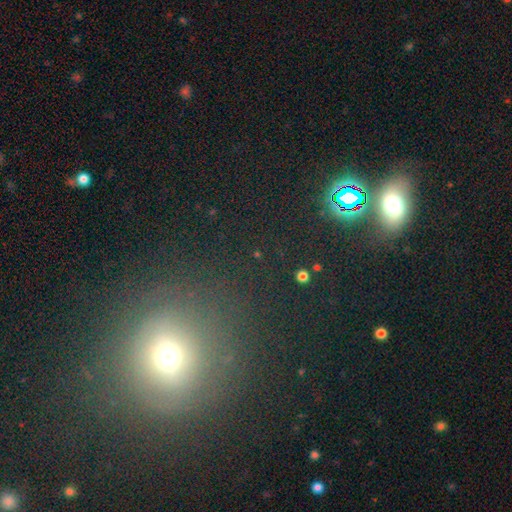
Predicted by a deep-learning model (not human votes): Overall: smooth (43%; star or artifact 42%). Merging: none (78%).